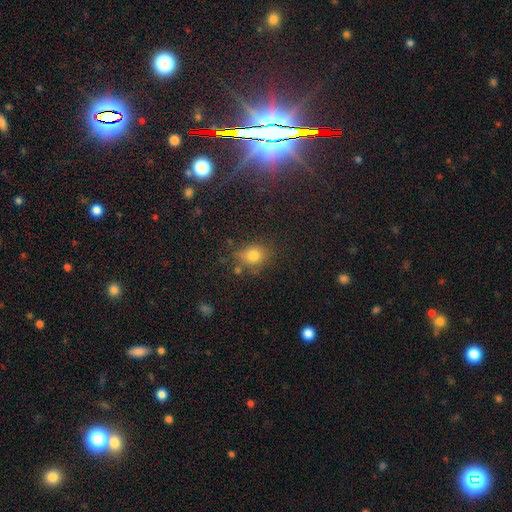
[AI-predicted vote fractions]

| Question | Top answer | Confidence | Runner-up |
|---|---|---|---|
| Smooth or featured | smooth | 47% | star or artifact (42%) |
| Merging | none | 83% | minor disturbance (10%) |